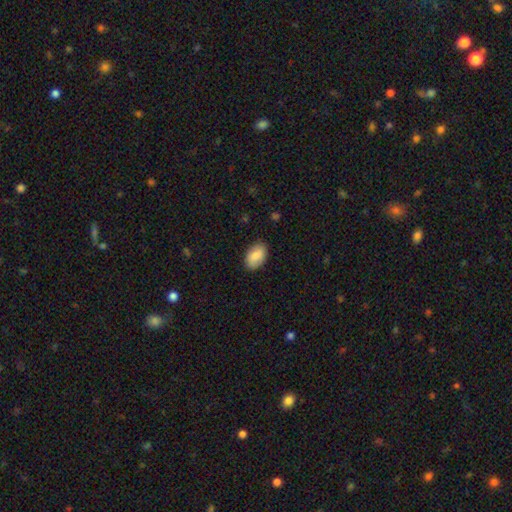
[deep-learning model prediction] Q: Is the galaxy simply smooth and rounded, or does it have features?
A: smooth — 83%.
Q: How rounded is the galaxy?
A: in between — 90%.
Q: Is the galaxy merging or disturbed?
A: none — 85%.